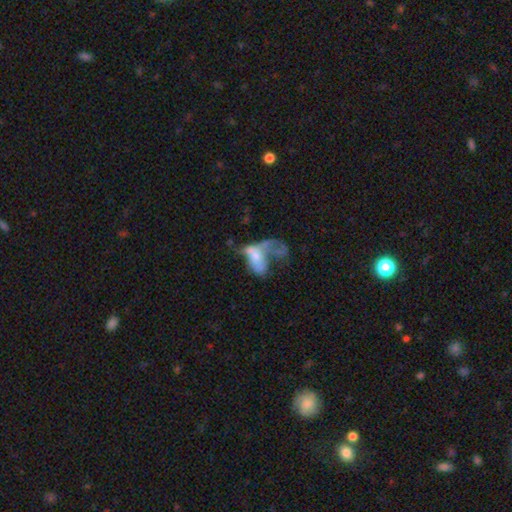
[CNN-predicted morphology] The model was most divided on "smooth or featured": featured or disk: 48%, smooth: 42%, star or artifact: 11%. Remaining: merging — major disturbance (46%).